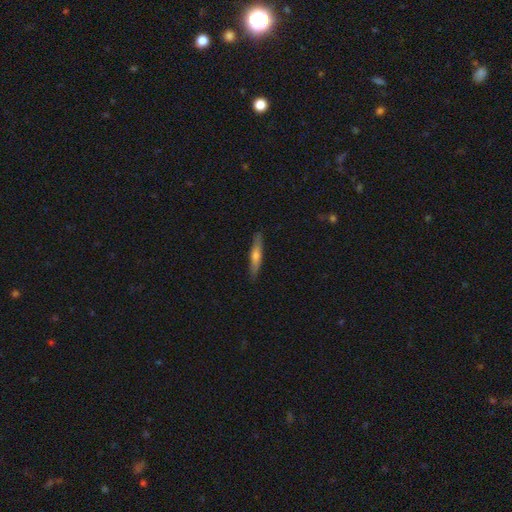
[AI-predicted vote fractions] featured or disk 47% (tied), smooth 47% (tied), star or artifact 6%. Down the decision tree: merging — none (89%).